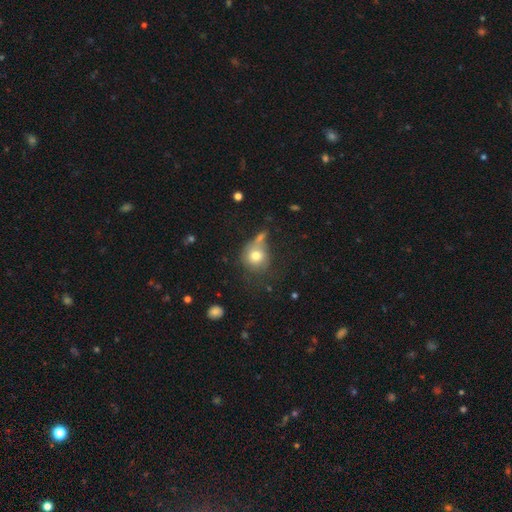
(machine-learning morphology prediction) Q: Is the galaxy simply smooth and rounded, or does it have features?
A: smooth — 74%.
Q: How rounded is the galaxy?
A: round — 85%.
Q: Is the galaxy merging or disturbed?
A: none — 45%.